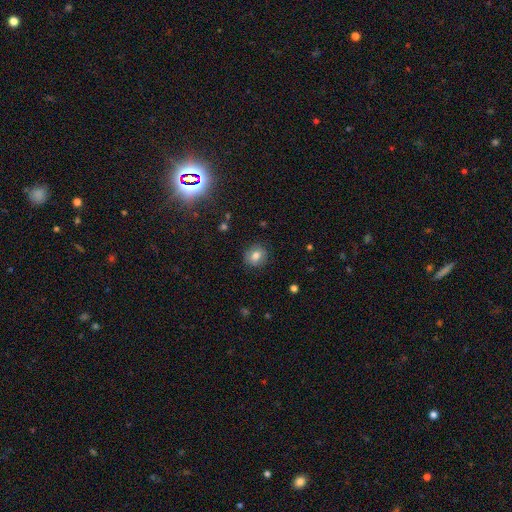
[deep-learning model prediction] Smooth or featured?
  - smooth: 78% *
  - featured or disk: 11%
  - star or artifact: 10%
How rounded?
  - round: 76% *
  - in between: 23%
  - cigar-shaped: 1%
Merging?
  - none: 87% *
  - minor disturbance: 9%
  - major disturbance: 3%
  - merger: 1%